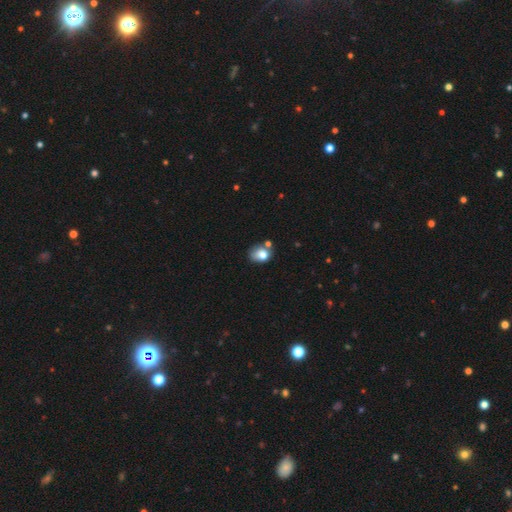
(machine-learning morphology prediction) A smooth galaxy with no disk features (74%) that is in between round and cigar-shaped (56%). Merging: none (61%).